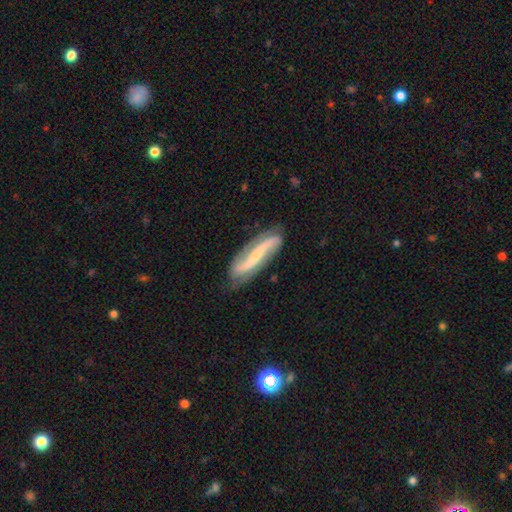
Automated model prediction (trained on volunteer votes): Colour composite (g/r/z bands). It shows a featured or disk galaxy (79%) with a strong bar (43%), 2 (90%) loose (61%) spiral arms (94%) and a small central bulge (65%). Merging: none (75%).